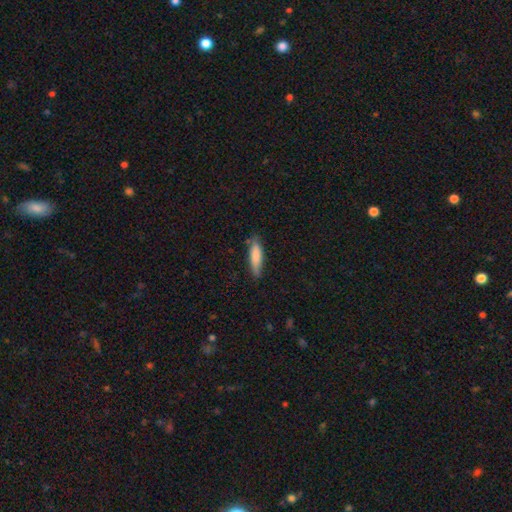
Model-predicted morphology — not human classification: smooth 81%, featured or disk 13%, star or artifact 6%. Down the decision tree: how rounded — cigar-shaped (71%); merging — none (79%).